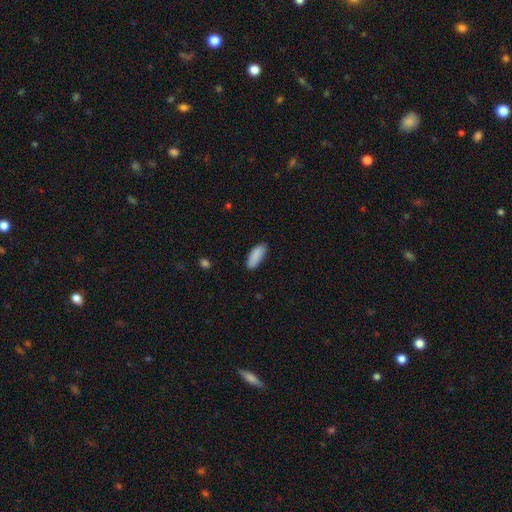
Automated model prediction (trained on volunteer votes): Smooth or featured: smooth — 90% (star or artifact — 6%)
How rounded: in between — 79% (cigar-shaped — 20%)
Merging: none — 84% (minor disturbance — 12%)